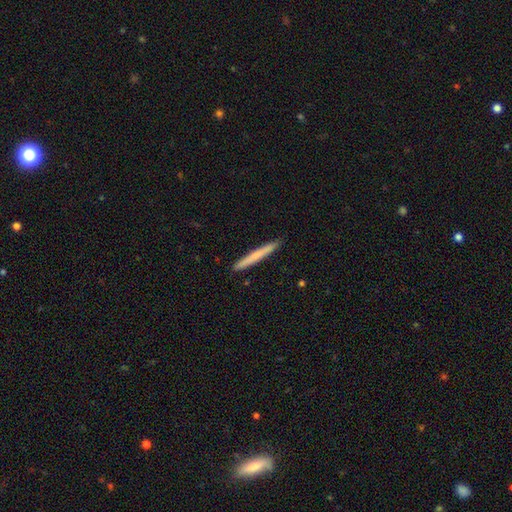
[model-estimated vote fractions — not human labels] Overall: smooth (67%; featured or disk 28%). How rounded: cigar-shaped (97%). Merging: none (93%).